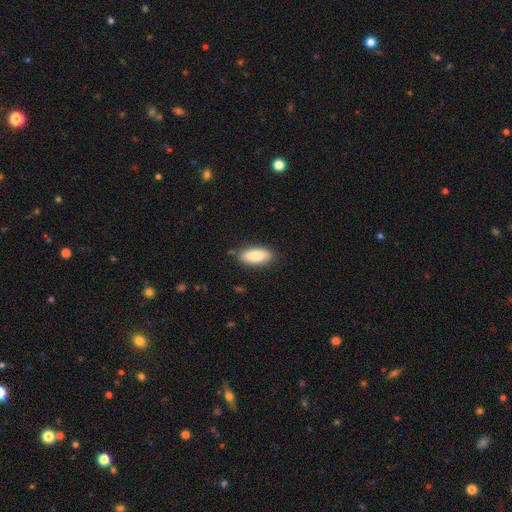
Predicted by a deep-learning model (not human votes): A smooth galaxy with no disk features (83%) that is in between round and cigar-shaped (85%). Merging: none (84%).